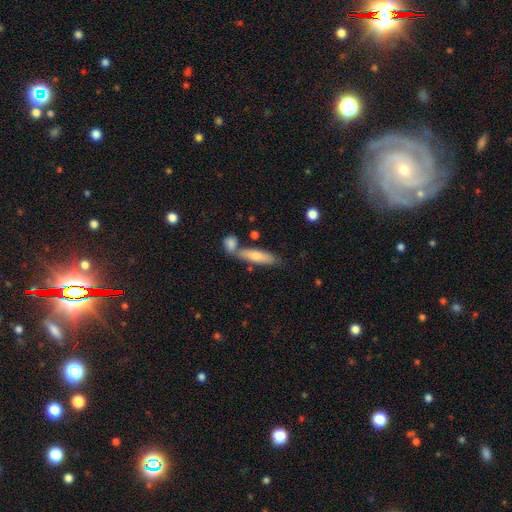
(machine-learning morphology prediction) A smooth galaxy with no disk features (57%) that is cigar-shaped (76%). Merging: none (63%).